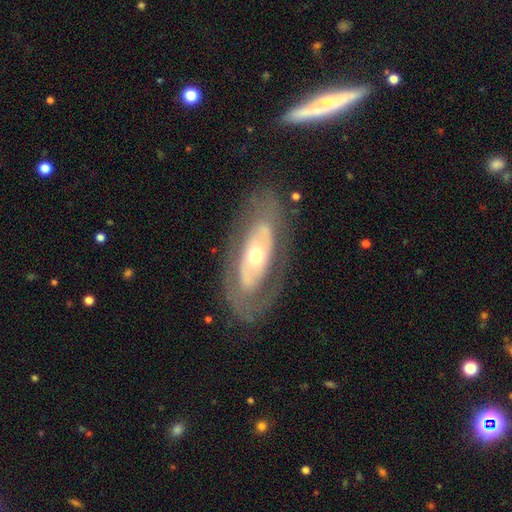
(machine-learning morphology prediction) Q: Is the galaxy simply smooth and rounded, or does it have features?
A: featured or disk — 71%.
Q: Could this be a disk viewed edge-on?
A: no — 86%.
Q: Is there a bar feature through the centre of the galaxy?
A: no — 78%.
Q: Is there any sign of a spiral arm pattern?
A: no — 61%.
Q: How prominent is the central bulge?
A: moderate — 64%.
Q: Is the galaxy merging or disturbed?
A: none — 76%.